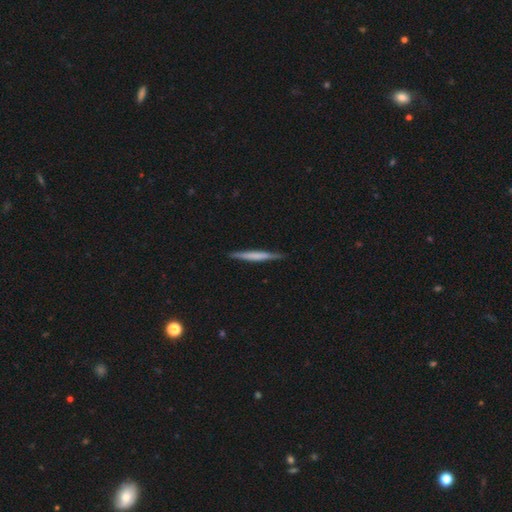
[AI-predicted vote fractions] Smooth or featured?
  - smooth: 49% *
  - featured or disk: 46%
  - star or artifact: 5%
Merging?
  - none: 90% *
  - minor disturbance: 8%
  - major disturbance: 1%
  - merger: 1%